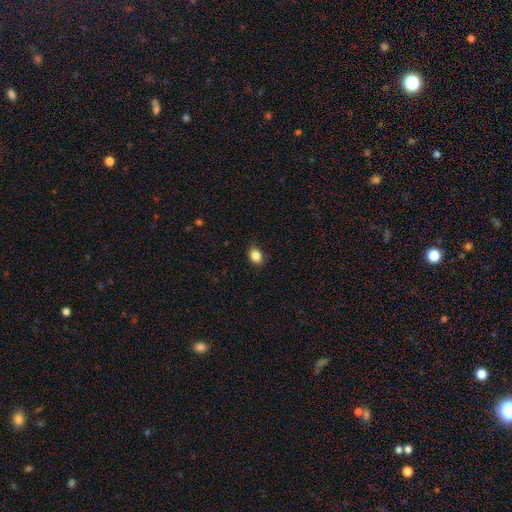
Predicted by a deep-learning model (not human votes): smooth 85%, star or artifact 10%, featured or disk 5%. Down the decision tree: how rounded — in between (59%); merging — none (83%).